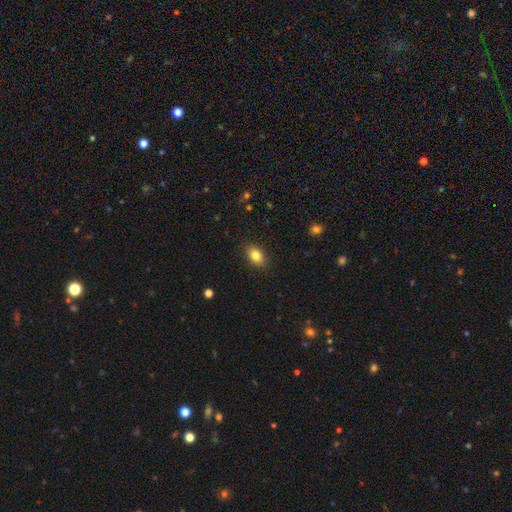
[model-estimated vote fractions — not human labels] Morphology: type=smooth (83%); roundness=in between (82%); merging=none (87%).